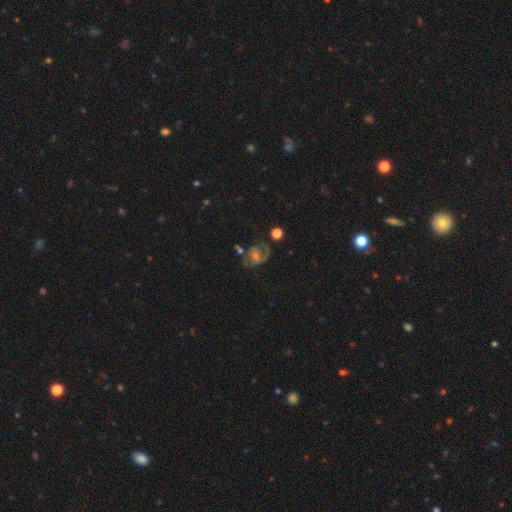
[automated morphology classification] A featured or disk galaxy (66%) with no bar (45%), 2 (60%) medium (49%) spiral arms (82%) and a small central bulge (55%). Merging: none (53%).